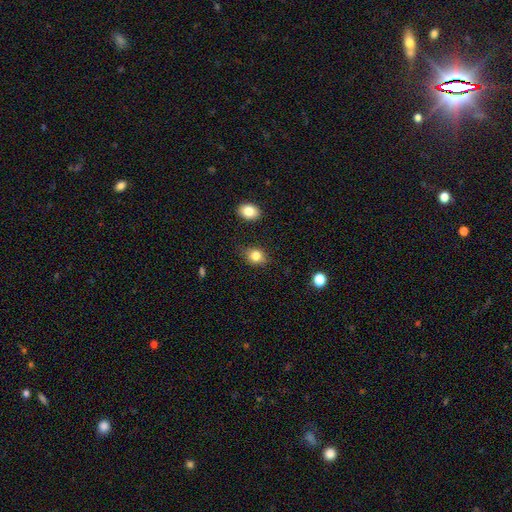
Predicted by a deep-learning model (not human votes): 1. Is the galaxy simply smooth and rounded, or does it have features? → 82% smooth, 10% star or artifact, 8% featured or disk.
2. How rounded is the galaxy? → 51% in between, 47% round, 1% cigar-shaped.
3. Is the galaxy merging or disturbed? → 77% none, 17% minor disturbance, 4% major disturbance, 2% merger.